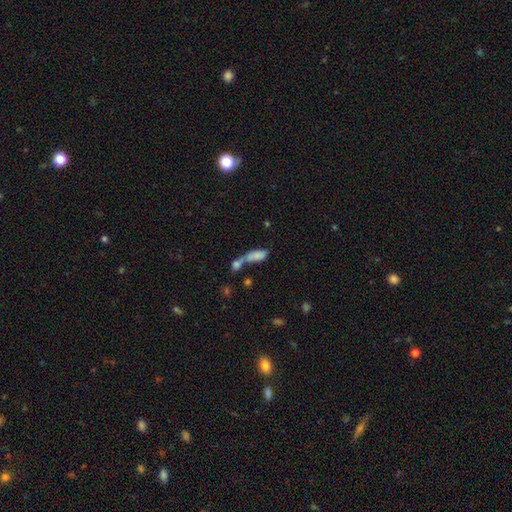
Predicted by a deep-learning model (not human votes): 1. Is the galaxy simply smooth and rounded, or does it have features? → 74% smooth, 16% featured or disk, 10% star or artifact.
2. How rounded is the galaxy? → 77% in between, 19% cigar-shaped, 4% round.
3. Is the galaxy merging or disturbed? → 61% merger, 20% none, 10% minor disturbance, 9% major disturbance.